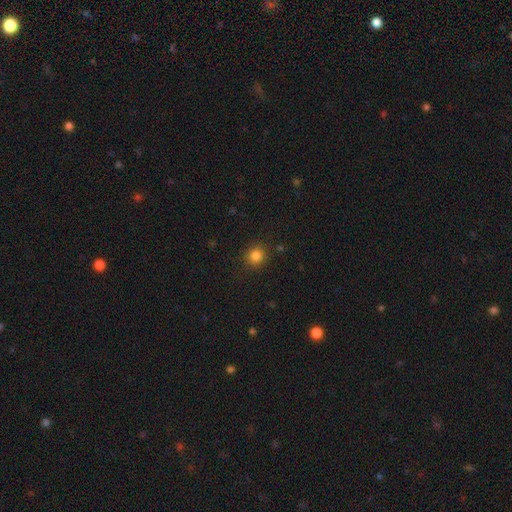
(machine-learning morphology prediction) Smooth or featured: smooth — 84% (star or artifact — 12%)
How rounded: round — 88% (in between — 11%)
Merging: none — 89% (minor disturbance — 7%)